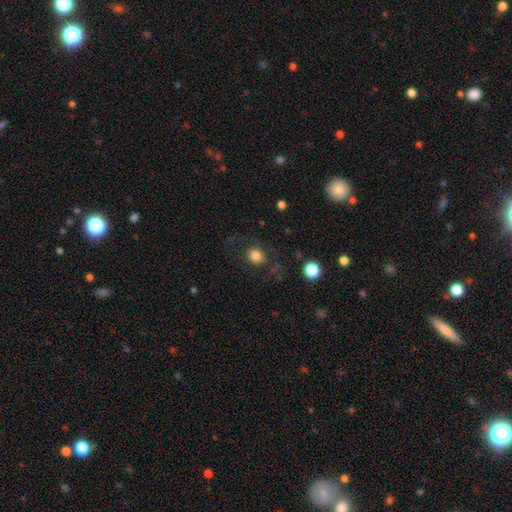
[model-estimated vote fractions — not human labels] The model was most divided on "how rounded": round: 72%, in between: 27%, cigar-shaped: 1%. More confident: smooth or featured — smooth (82%); merging — none (75%).